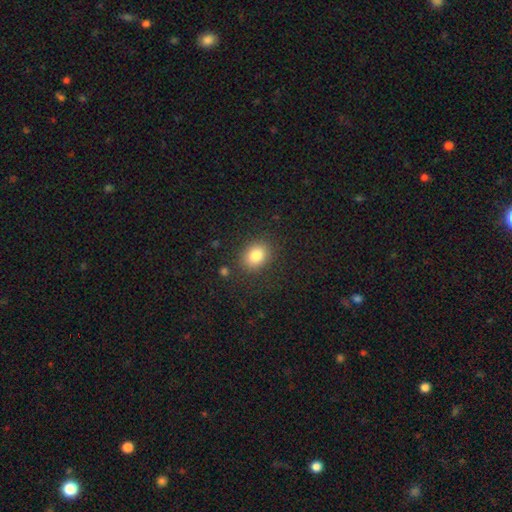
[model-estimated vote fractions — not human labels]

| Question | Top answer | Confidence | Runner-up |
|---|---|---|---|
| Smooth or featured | smooth | 83% | star or artifact (10%) |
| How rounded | in between | 53% | round (46%) |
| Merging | none | 84% | minor disturbance (10%) |